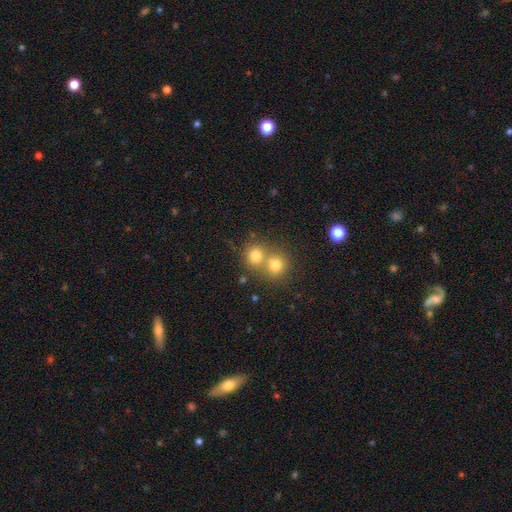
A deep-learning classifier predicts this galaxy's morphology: smooth-or-featured: smooth: 77% | star or artifact: 13% | featured or disk: 10%
  how-rounded: round: 82% | in between: 17% | cigar-shaped: 1%
  merging: merger: 52% | none: 40% | minor disturbance: 6% | major disturbance: 3%